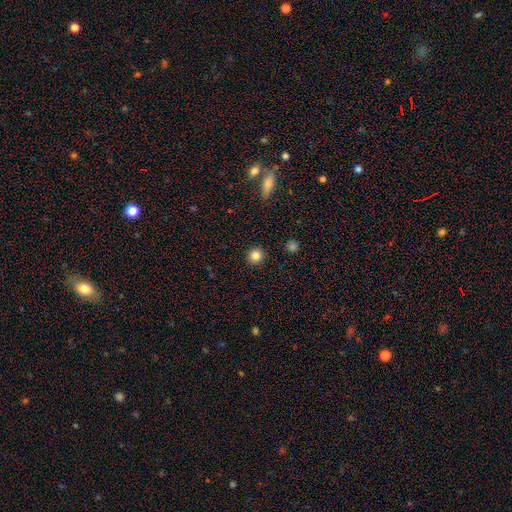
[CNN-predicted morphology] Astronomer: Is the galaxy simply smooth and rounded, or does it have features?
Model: smooth — 83%.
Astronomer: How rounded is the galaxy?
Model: round — 94%.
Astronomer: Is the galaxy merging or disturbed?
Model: none — 93%.